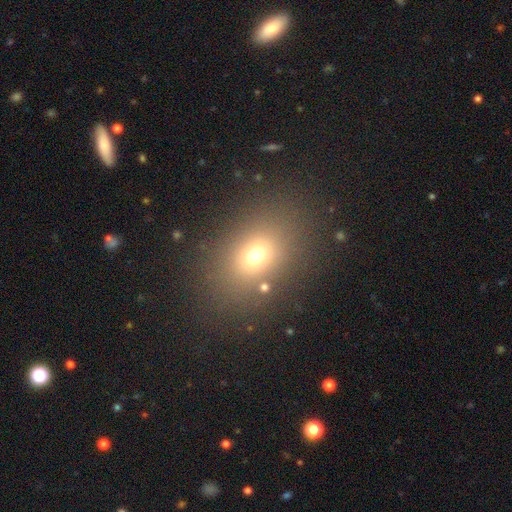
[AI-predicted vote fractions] A smooth galaxy with no disk features (69%) that is in between round and cigar-shaped (62%).

Vote fractions:
- Smooth or featured? smooth: 69% / star or artifact: 19% / featured or disk: 12%
- How rounded? in between: 62% / round: 36% / cigar-shaped: 1%
- Merging? none: 82% / minor disturbance: 9% / major disturbance: 6% / merger: 3%